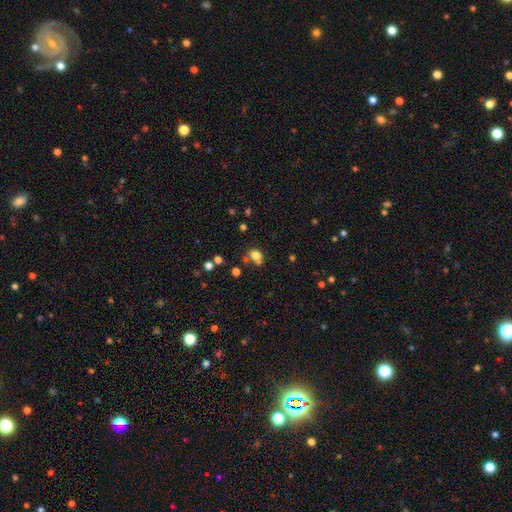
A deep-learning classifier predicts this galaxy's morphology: Smooth or featured? Predicted: smooth (p=0.75). How rounded? Predicted: round (p=0.59). Merging? Predicted: none (p=0.50).